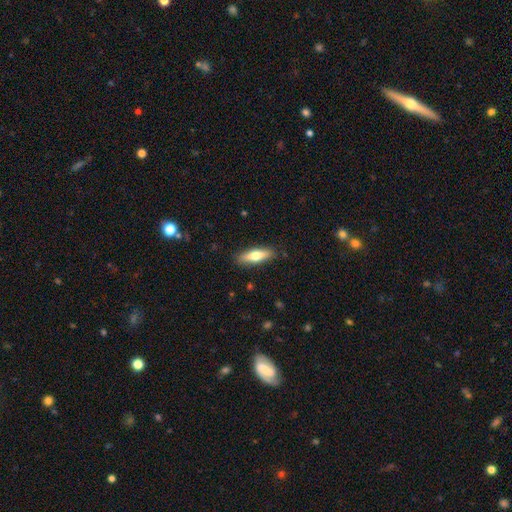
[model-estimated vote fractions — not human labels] smooth_or_featured: smooth (p=0.63) [alt: featured or disk p=0.31]
how_rounded: cigar-shaped (p=0.55) [alt: in between p=0.43]
merging: none (p=0.88) [alt: minor disturbance p=0.09]